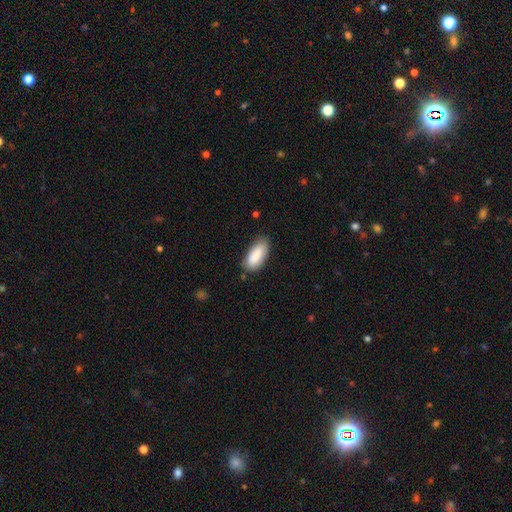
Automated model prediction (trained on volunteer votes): Q: Smooth or featured?
A: smooth (87%); runner-up: featured or disk (7%)
Q: How rounded?
A: in between (87%); runner-up: cigar-shaped (11%)
Q: Merging?
A: none (74%); runner-up: minor disturbance (21%)